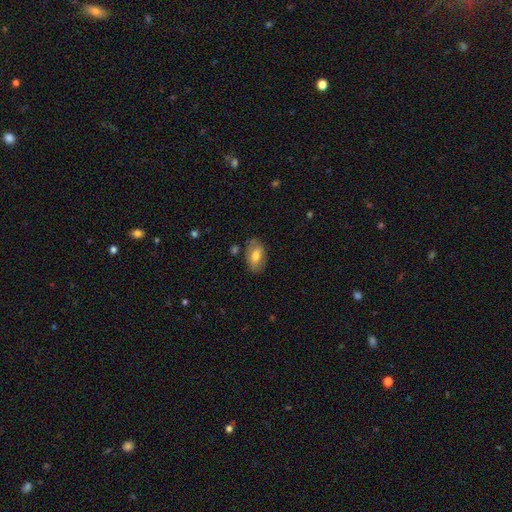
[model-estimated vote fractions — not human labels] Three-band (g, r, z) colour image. It shows a smooth galaxy with no disk features (66%) that is in between round and cigar-shaped (92%). Merging: none (78%).